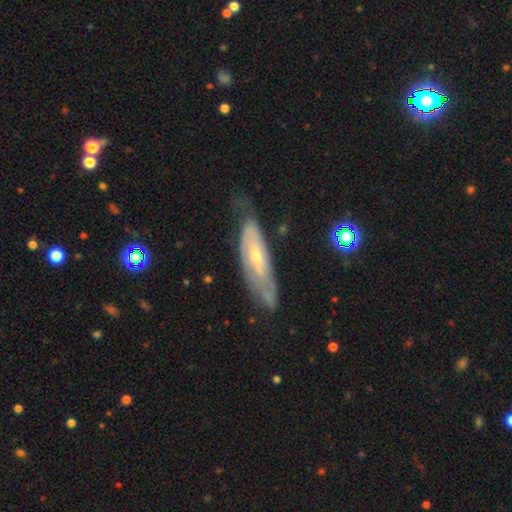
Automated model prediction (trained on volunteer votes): Smooth or featured? featured or disk (68%)
Edge-on disk? no (69%)
Merging? none (56%)